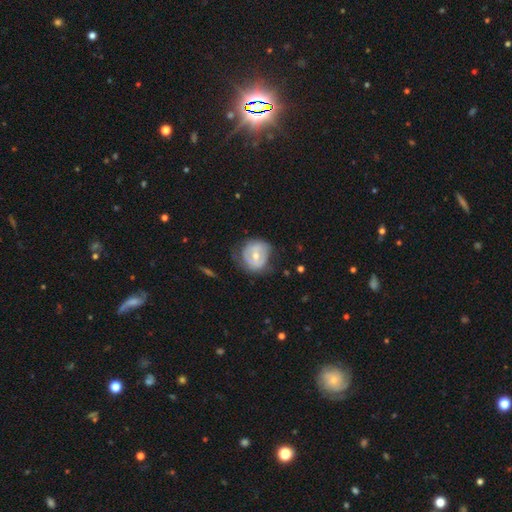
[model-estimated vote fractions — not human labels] This appears to be a featured or disk galaxy (53%) with no bar (45%), no spiral arms (51%) and a moderate central bulge (60%). Merging: none (57%).